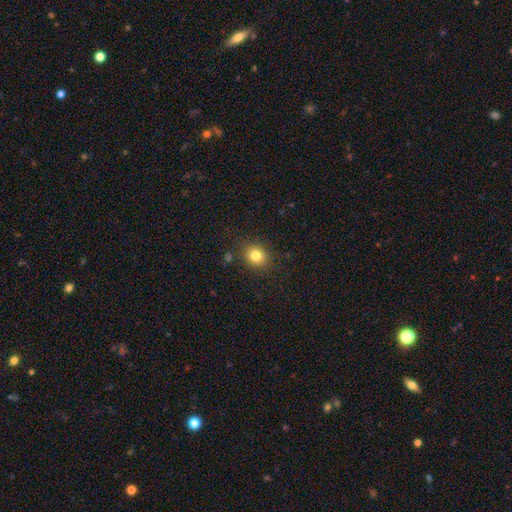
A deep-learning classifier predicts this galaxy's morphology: A smooth galaxy with no disk features (81%) that is round (73%). Merging: none (86%).